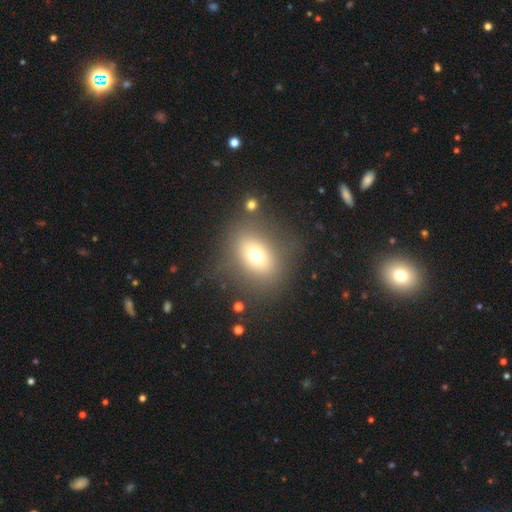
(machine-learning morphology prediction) This appears to be a smooth galaxy with no disk features (67%) that is in between round and cigar-shaped (51%). Merging: none (75%).